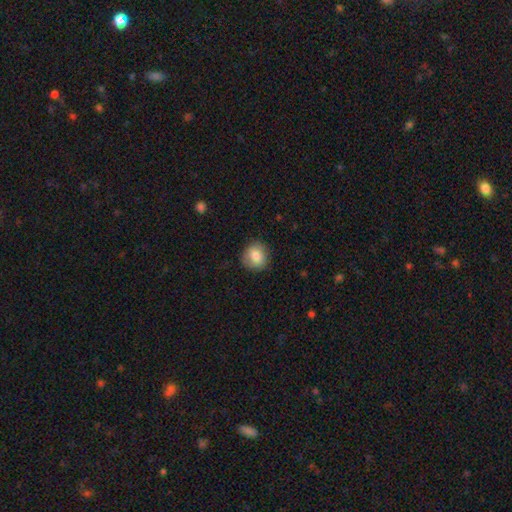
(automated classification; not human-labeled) The model was most divided on "how rounded": round: 83%, in between: 16%, cigar-shaped: 1%. More confident: merging — none (85%); smooth or featured — smooth (82%).